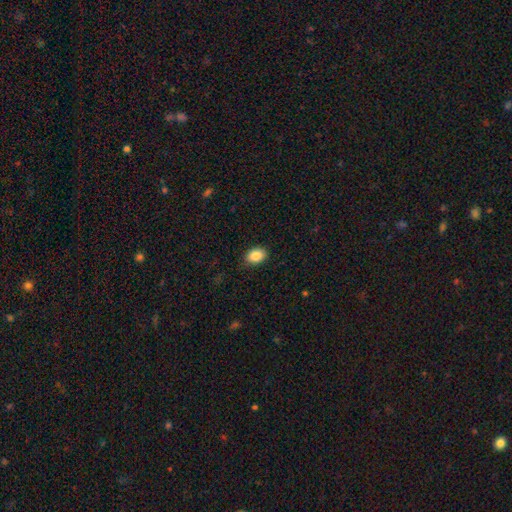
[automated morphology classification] Smooth or featured?
  - smooth: 87% *
  - star or artifact: 8%
  - featured or disk: 5%
How rounded?
  - in between: 78% *
  - round: 21%
  - cigar-shaped: 1%
Merging?
  - none: 86% *
  - minor disturbance: 11%
  - major disturbance: 2%
  - merger: 1%